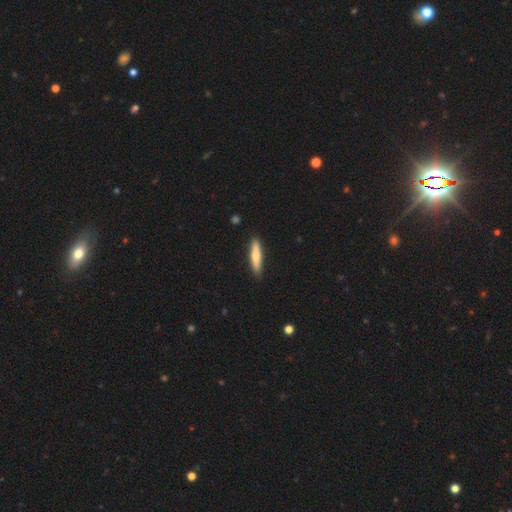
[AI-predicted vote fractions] A smooth galaxy with no disk features (65%) that is cigar-shaped (83%).

Vote fractions:
- Smooth or featured? smooth: 65% / featured or disk: 30% / star or artifact: 5%
- How rounded? cigar-shaped: 83% / in between: 15% / round: 2%
- Merging? none: 88% / minor disturbance: 9% / major disturbance: 2% / merger: 1%